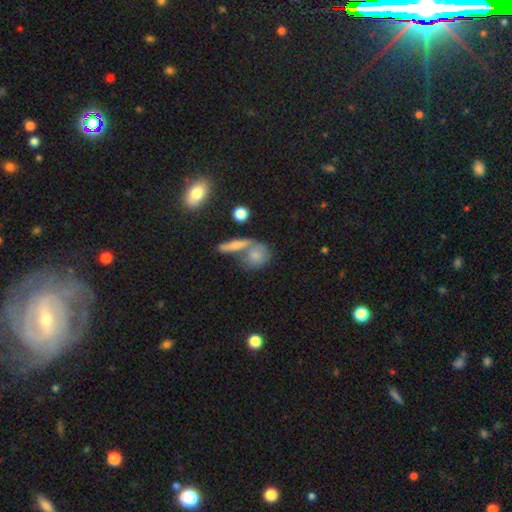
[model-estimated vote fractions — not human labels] This is likely a smooth galaxy (69%). How rounded: possibly round (57%). Merging: marginally merger (42%).